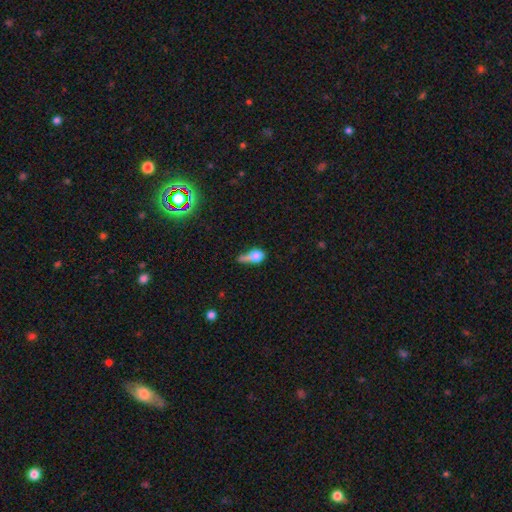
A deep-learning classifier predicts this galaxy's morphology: Q: Smooth or featured?
A: smooth (67%); runner-up: featured or disk (22%)
Q: How rounded?
A: in between (51%); runner-up: round (38%)
Q: Merging?
A: major disturbance (31%); runner-up: merger (25%)